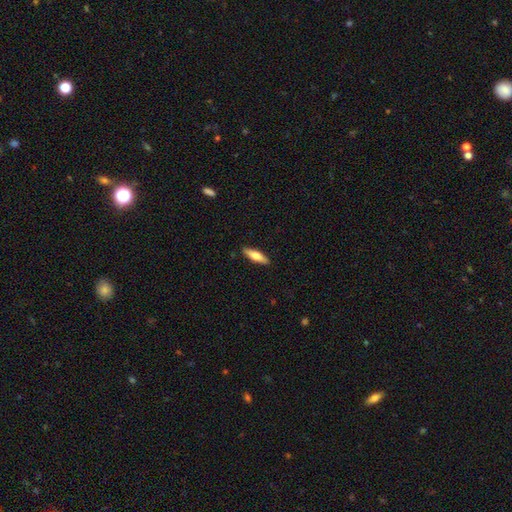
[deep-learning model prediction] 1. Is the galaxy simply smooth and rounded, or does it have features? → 64% smooth, 30% featured or disk, 6% star or artifact.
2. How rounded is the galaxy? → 59% cigar-shaped, 39% in between, 2% round.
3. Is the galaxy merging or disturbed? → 89% none, 8% minor disturbance, 2% major disturbance, 1% merger.